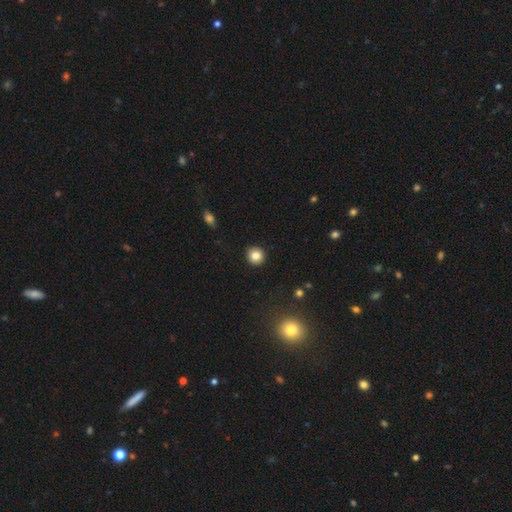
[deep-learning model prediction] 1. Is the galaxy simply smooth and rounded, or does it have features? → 83% smooth, 10% star or artifact, 7% featured or disk.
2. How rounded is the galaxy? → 91% round, 8% in between, 1% cigar-shaped.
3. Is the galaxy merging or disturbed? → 92% none, 5% minor disturbance, 2% major disturbance, 1% merger.